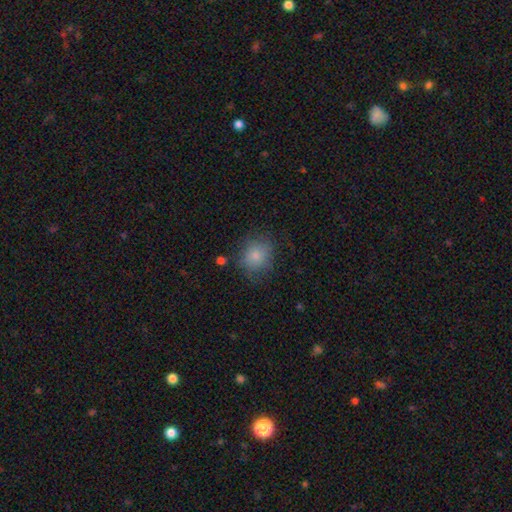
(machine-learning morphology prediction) smooth-or-featured: smooth: 79% | featured or disk: 11% | star or artifact: 10%
  how-rounded: round: 75% | in between: 24% | cigar-shaped: 1%
  merging: none: 66% | minor disturbance: 21% | major disturbance: 10% | merger: 2%